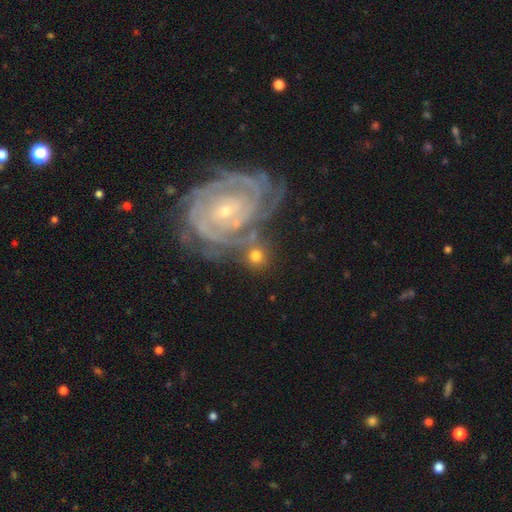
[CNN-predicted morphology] This appears to be a smooth galaxy with no disk features (53%) that is round (85%). Merging: none (66%).